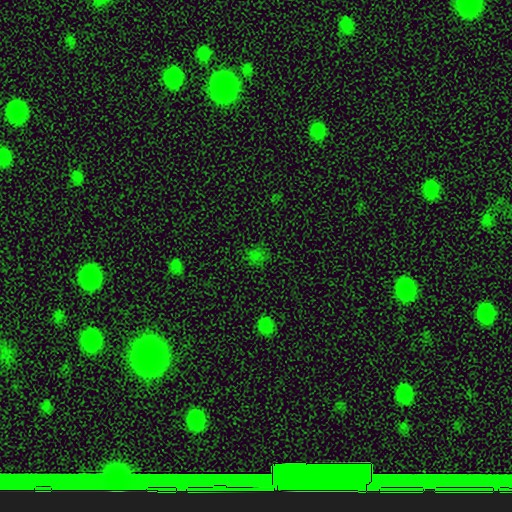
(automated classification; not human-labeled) Smooth or featured? Predicted: smooth (p=0.48). Merging? Predicted: none (p=0.79).